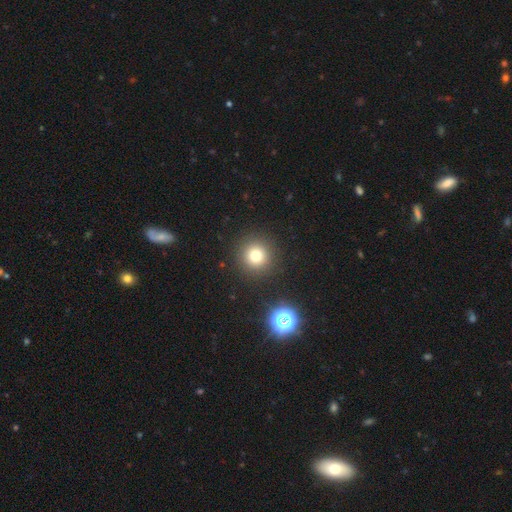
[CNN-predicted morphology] This appears to be a smooth galaxy with no disk features (76%) that is round (95%). Merging: none (91%).